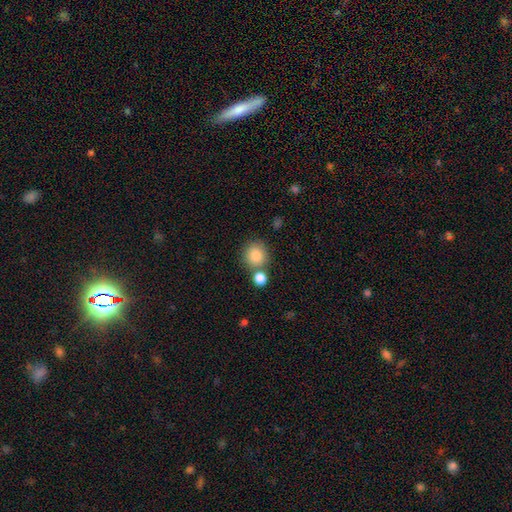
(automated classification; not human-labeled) Smooth or featured? smooth (86%)
How rounded? round (88%)
Merging? none (67%)